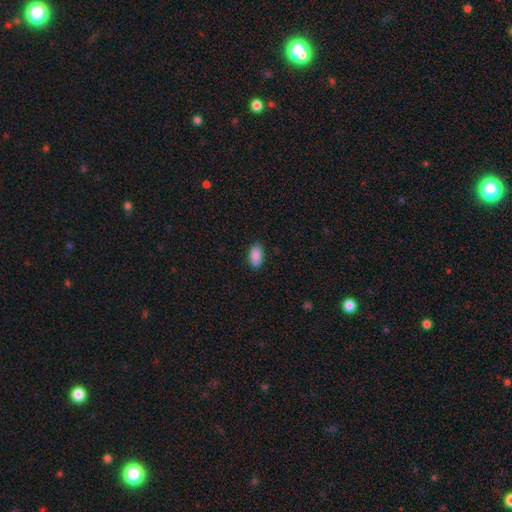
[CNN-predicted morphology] smooth_or_featured: smooth (p=0.88) [alt: star or artifact p=0.07]
how_rounded: in between (p=0.93) [alt: round p=0.04]
merging: none (p=0.85) [alt: minor disturbance p=0.12]